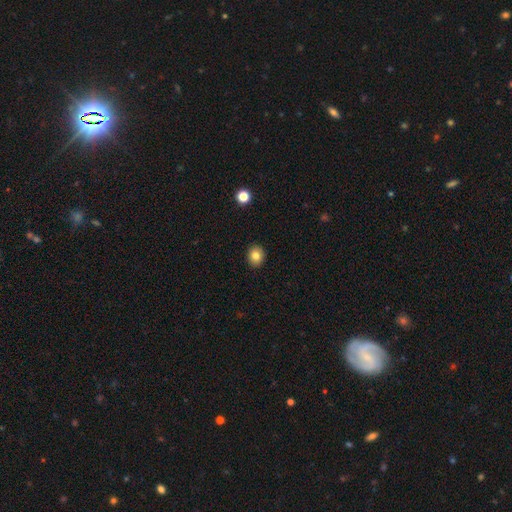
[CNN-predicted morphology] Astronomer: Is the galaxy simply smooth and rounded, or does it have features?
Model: smooth — 82%.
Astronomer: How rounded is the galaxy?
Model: round — 68%.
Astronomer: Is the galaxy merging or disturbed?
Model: none — 91%.